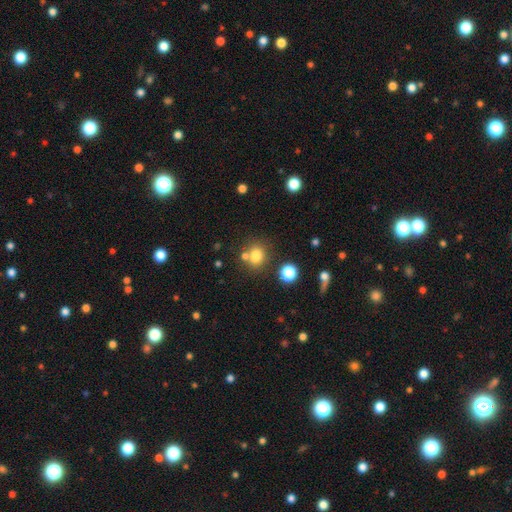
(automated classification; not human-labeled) This appears to be a smooth galaxy with no disk features (78%) that is round (74%). Merging: none (68%).